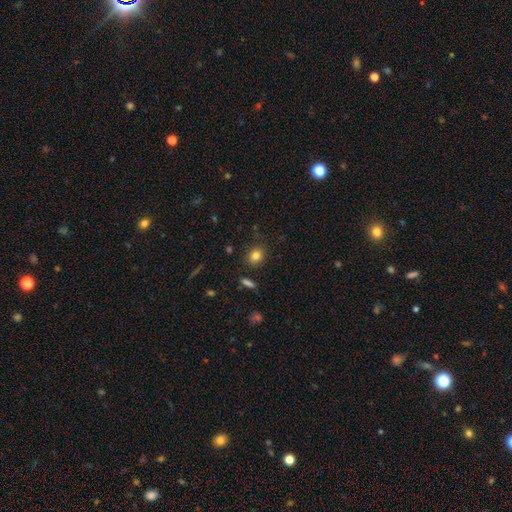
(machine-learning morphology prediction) type=smooth (81%); roundness=round (59%); merging=none (82%).